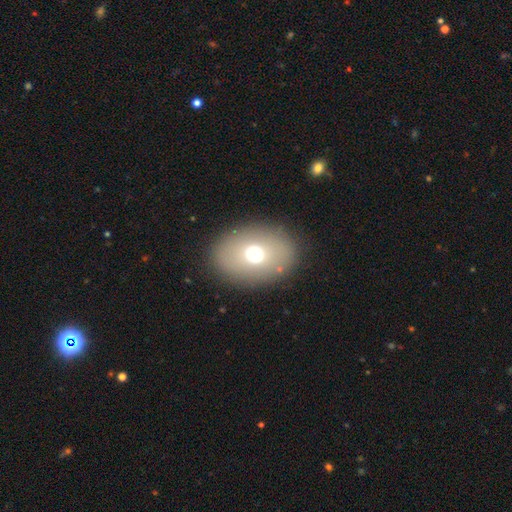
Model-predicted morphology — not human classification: A smooth galaxy with no disk features (68%) that is in between round and cigar-shaped (70%).

Vote fractions:
- Smooth or featured? smooth: 68% / featured or disk: 20% / star or artifact: 12%
- How rounded? in between: 70% / round: 29% / cigar-shaped: 1%
- Merging? none: 87% / minor disturbance: 8% / major disturbance: 4% / merger: 1%